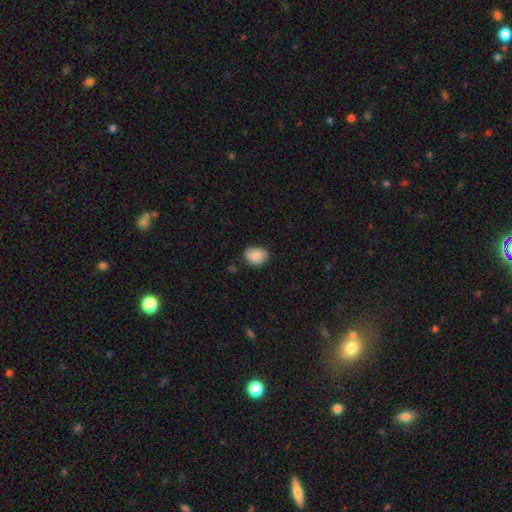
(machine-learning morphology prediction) The model was most divided on "how rounded": in between: 52%, round: 47%, cigar-shaped: 1%. More confident: smooth or featured — smooth (80%); merging — none (70%).